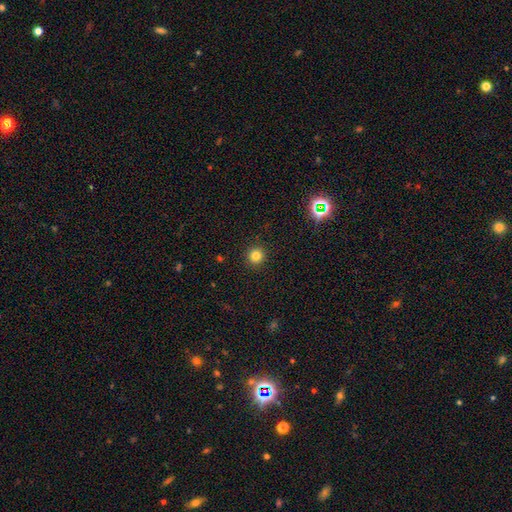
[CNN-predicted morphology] smooth-or-featured: smooth: 81% | star or artifact: 14% | featured or disk: 5%
  how-rounded: round: 94% | in between: 5% | cigar-shaped: 1%
  merging: none: 92% | minor disturbance: 5% | major disturbance: 2% | merger: 1%